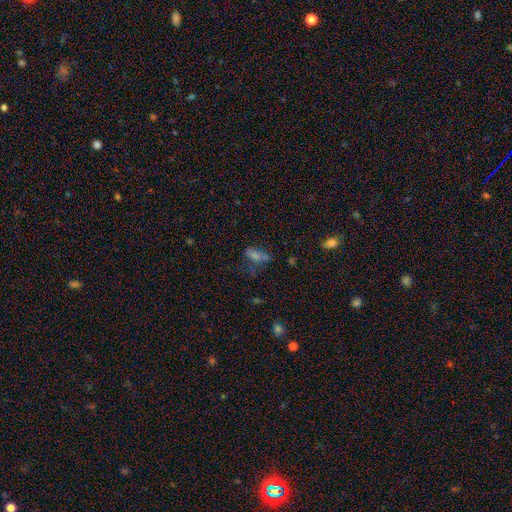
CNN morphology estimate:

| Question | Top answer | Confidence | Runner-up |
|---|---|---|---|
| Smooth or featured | smooth | 48% | star or artifact (31%) |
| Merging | none | 45% | major disturbance (22%) |